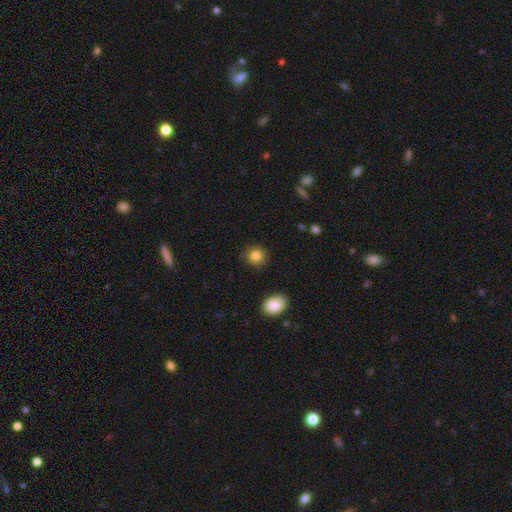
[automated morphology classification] smooth-or-featured: smooth: 84% | star or artifact: 10% | featured or disk: 6%
  how-rounded: round: 86% | in between: 13% | cigar-shaped: 1%
  merging: none: 87% | minor disturbance: 9% | major disturbance: 2% | merger: 2%